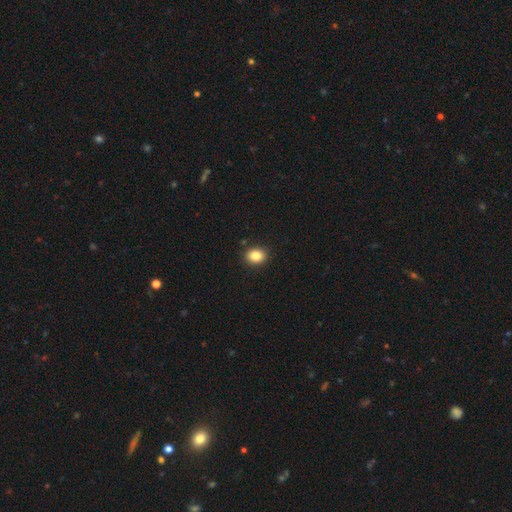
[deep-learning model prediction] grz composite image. It shows a smooth galaxy with no disk features (85%) that is in between round and cigar-shaped (50%). Merging: none (89%).